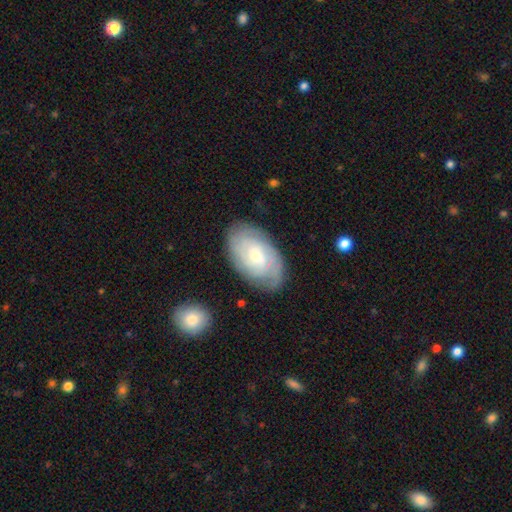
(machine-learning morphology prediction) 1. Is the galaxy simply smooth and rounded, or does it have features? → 68% featured or disk, 25% smooth, 6% star or artifact.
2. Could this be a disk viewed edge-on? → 95% no, 5% yes.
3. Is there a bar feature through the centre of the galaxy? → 47% no, 45% weak, 8% strong.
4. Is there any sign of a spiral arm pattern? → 90% yes, 10% no.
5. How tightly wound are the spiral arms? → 68% tight, 25% medium, 7% loose.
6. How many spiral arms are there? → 46% can't tell, 25% 2, 13% 3, 8% 4, 4% 1, 4% more than 4.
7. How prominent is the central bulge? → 50% small, 42% moderate, 4% large, 3% none, 1% dominant.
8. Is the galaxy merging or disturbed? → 80% none, 15% minor disturbance, 4% major disturbance, 2% merger.